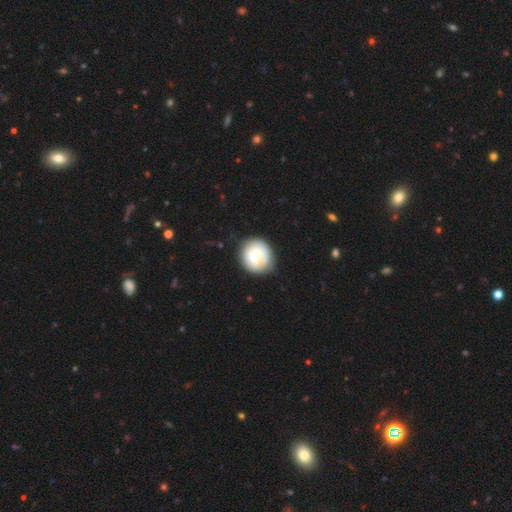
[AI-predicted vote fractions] Smooth or featured?
  - smooth: 67% *
  - featured or disk: 26%
  - star or artifact: 7%
How rounded?
  - round: 81% *
  - in between: 18%
  - cigar-shaped: 1%
Merging?
  - none: 69% *
  - minor disturbance: 21%
  - major disturbance: 7%
  - merger: 3%